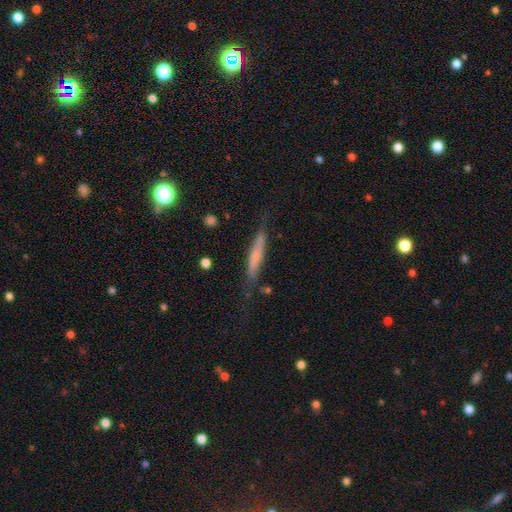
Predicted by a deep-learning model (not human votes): A smooth galaxy with no disk features (61%) that is cigar-shaped (89%). Merging: none (66%).